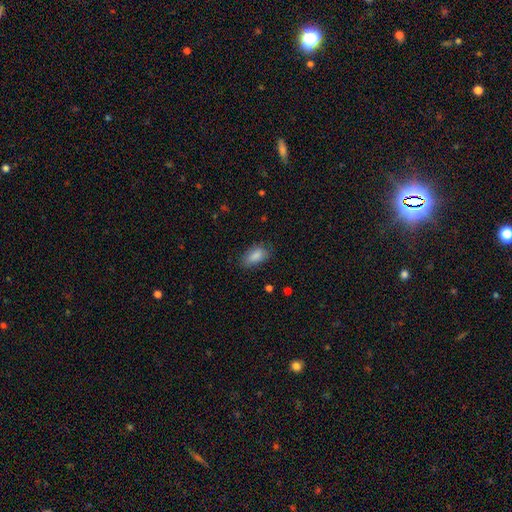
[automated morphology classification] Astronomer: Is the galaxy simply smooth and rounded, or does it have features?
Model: smooth — 87%.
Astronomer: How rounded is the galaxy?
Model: in between — 91%.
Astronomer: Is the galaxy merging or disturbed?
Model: none — 75%.